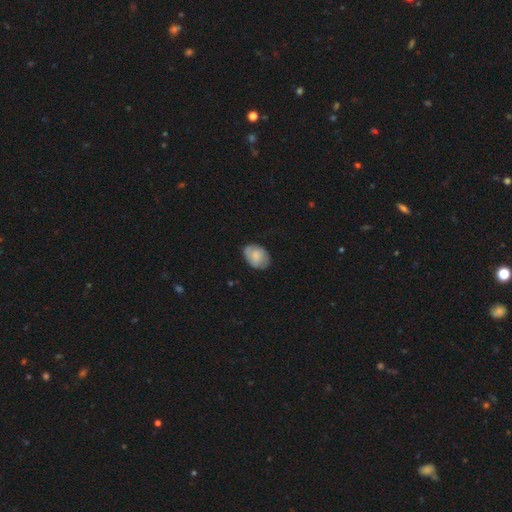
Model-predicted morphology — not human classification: This appears to be a smooth galaxy with no disk features (72%) that is in between round and cigar-shaped (74%). Merging: none (69%).